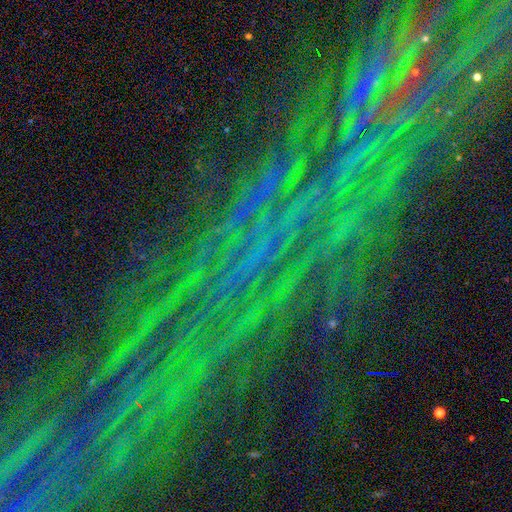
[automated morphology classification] The model was most divided on "smooth or featured": star or artifact: 83%, featured or disk: 10%, smooth: 7%.